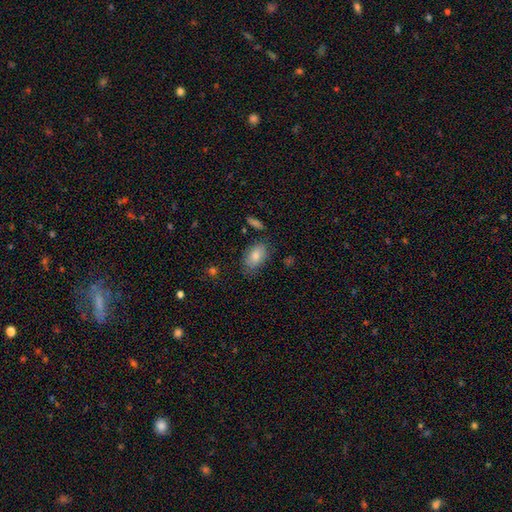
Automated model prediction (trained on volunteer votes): Smooth or featured? Predicted: smooth (p=0.82). How rounded? Predicted: in between (p=0.91). Merging? Predicted: none (p=0.74).